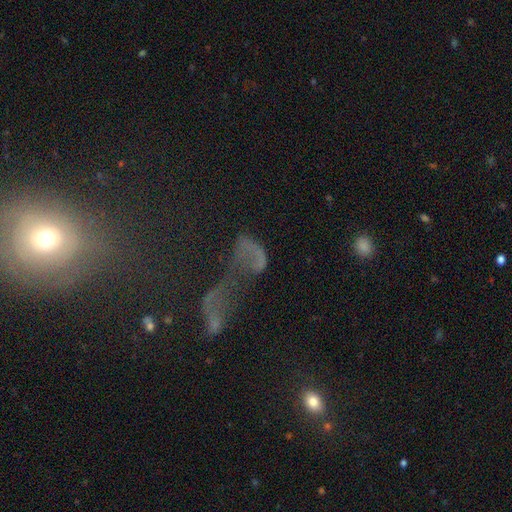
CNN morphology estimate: Smooth or featured: featured or disk — 36% (smooth — 33%)
Merging: merger — 44% (major disturbance — 30%)